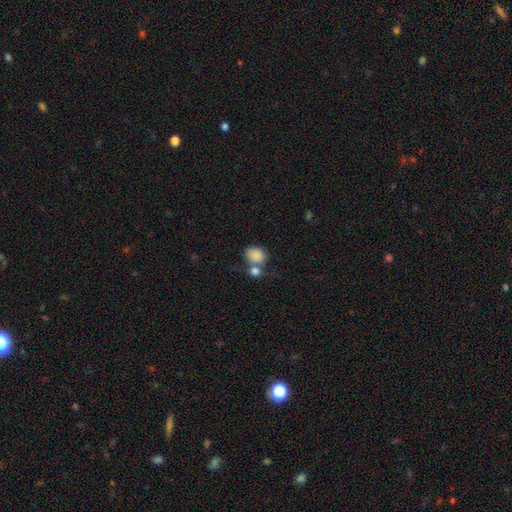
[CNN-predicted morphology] Smooth or featured? Predicted: smooth (p=0.85). How rounded? Predicted: round (p=0.54). Merging? Predicted: merger (p=0.41).